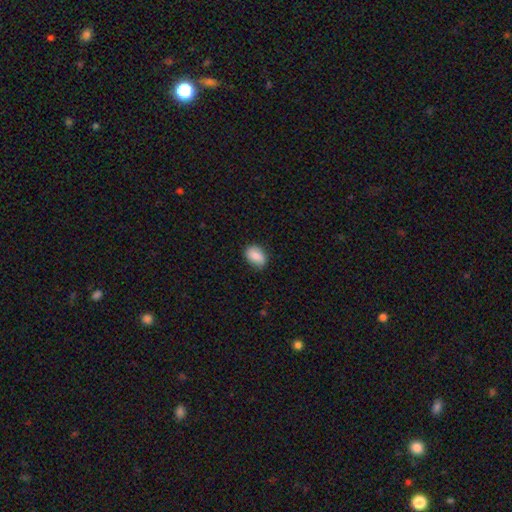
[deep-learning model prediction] Smooth or featured? Predicted: smooth (p=0.86). How rounded? Predicted: in between (p=0.83). Merging? Predicted: none (p=0.79).